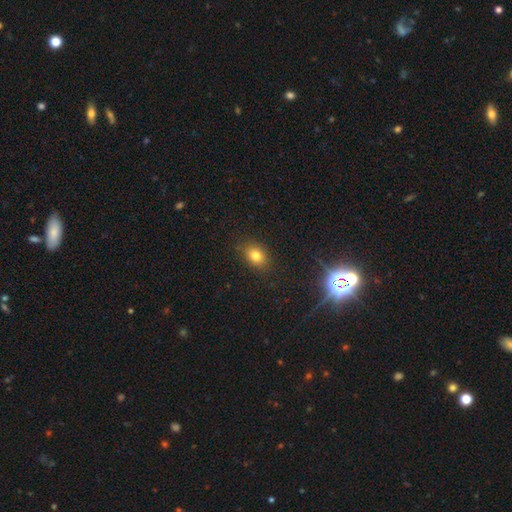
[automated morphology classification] The model was most divided on "how rounded": in between: 58%, round: 40%, cigar-shaped: 1%. More confident: merging — none (84%); smooth or featured — smooth (77%).